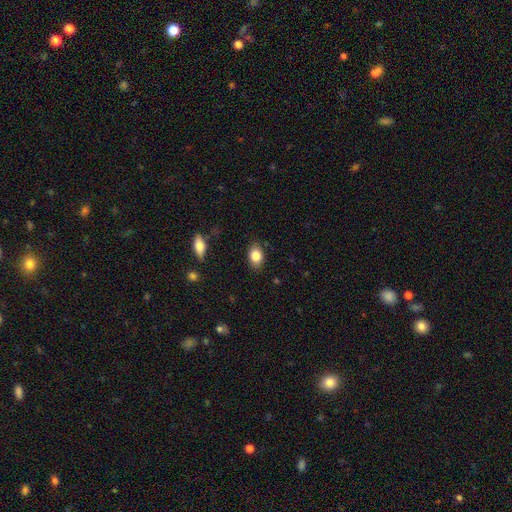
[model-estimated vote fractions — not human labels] smooth-or-featured: smooth: 84% | star or artifact: 8% | featured or disk: 8%
  how-rounded: in between: 78% | round: 21% | cigar-shaped: 2%
  merging: none: 84% | minor disturbance: 13% | major disturbance: 3% | merger: 1%